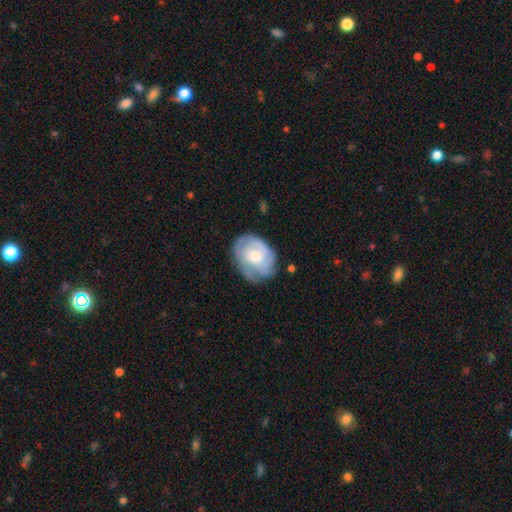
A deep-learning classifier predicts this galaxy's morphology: Smooth or featured: featured or disk — 62% (smooth — 31%)
Edge-on disk: no — 97% (yes — 3%)
Bar: no — 75% (weak — 22%)
Spiral arms: yes — 81% (no — 19%)
Bulge size: moderate — 55% (small — 33%)
Merging: none — 67% (minor disturbance — 22%)